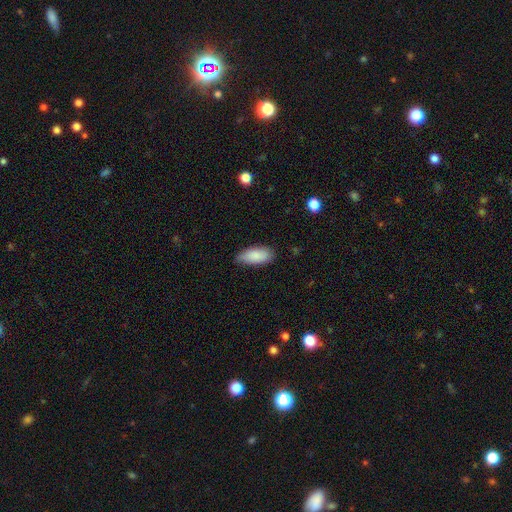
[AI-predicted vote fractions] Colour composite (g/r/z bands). It shows a smooth galaxy with no disk features (88%) that is in between round and cigar-shaped (86%). Merging: none (76%).